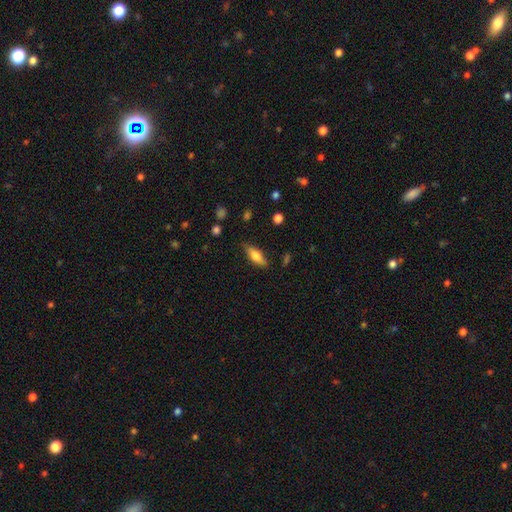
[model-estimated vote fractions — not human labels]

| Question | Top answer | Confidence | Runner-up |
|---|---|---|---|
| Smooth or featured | smooth | 66% | featured or disk (27%) |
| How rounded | in between | 66% | cigar-shaped (31%) |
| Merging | none | 80% | minor disturbance (15%) |